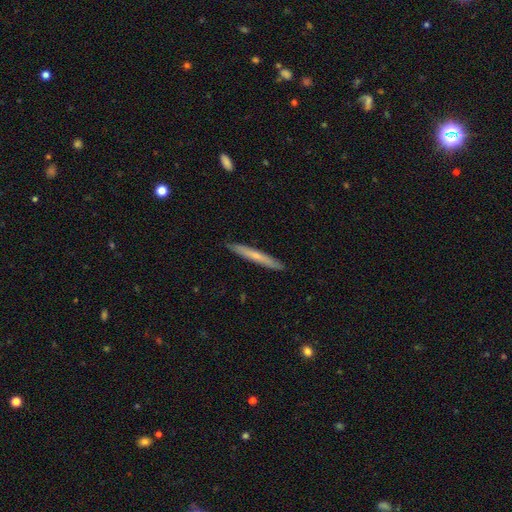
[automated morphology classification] This is possibly a smooth galaxy (55%). How rounded: clearly cigar-shaped (96%). Merging: clearly none (90%).